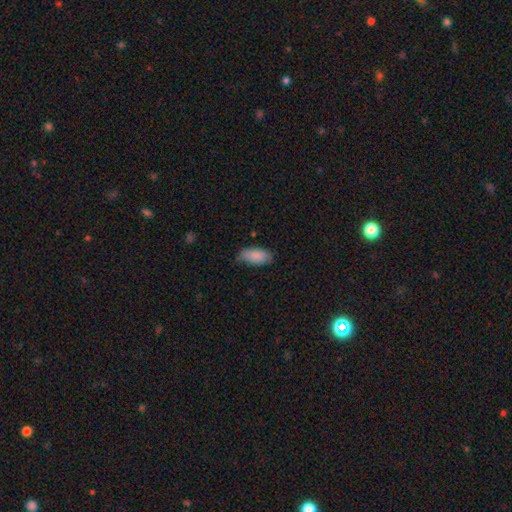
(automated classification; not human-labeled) Smooth or featured? Predicted: smooth (p=0.88). How rounded? Predicted: in between (p=0.92). Merging? Predicted: none (p=0.72).